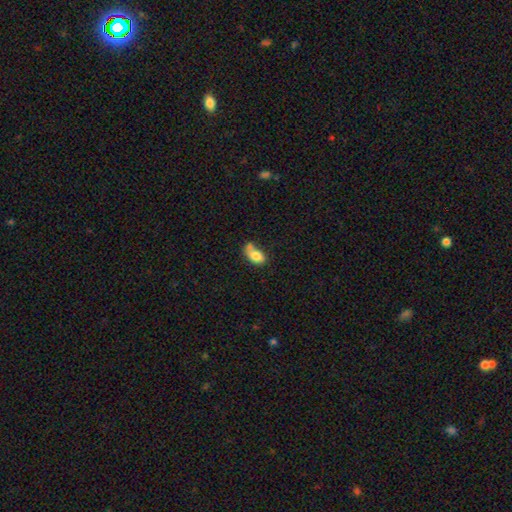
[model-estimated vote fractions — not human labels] Smooth or featured?
  - smooth: 78% *
  - featured or disk: 13%
  - star or artifact: 8%
How rounded?
  - in between: 87% *
  - round: 11%
  - cigar-shaped: 2%
Merging?
  - merger: 36% *
  - none: 32%
  - minor disturbance: 21%
  - major disturbance: 11%